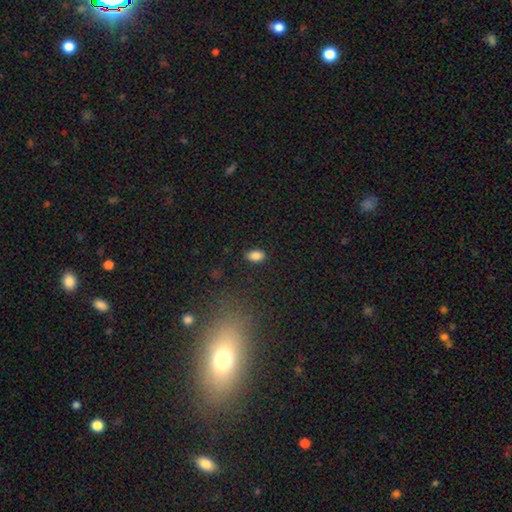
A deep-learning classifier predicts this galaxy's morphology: Smooth or featured?
  - smooth: 86% *
  - star or artifact: 10%
  - featured or disk: 4%
How rounded?
  - in between: 90% *
  - round: 8%
  - cigar-shaped: 2%
Merging?
  - none: 87% *
  - minor disturbance: 10%
  - major disturbance: 2%
  - merger: 1%